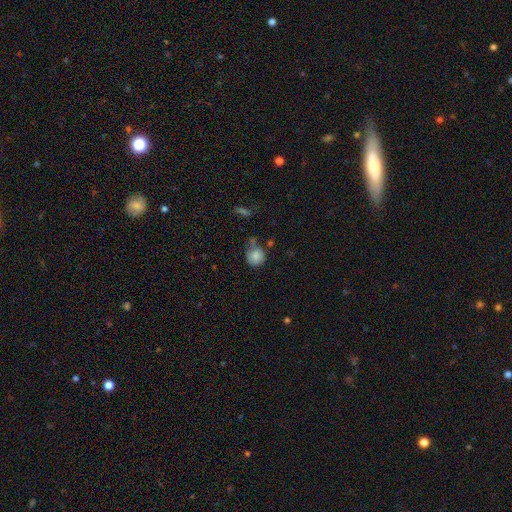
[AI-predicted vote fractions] Smooth or featured? Predicted: smooth (p=0.82). How rounded? Predicted: round (p=0.84). Merging? Predicted: none (p=0.48).